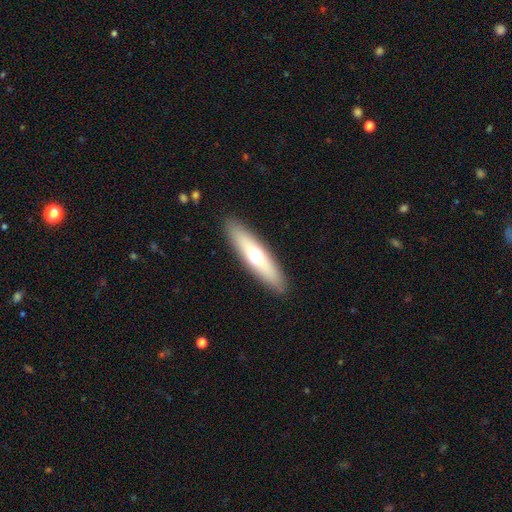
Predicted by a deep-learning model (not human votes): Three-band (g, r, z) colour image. It shows a smooth galaxy with no disk features (55%) that is cigar-shaped (75%). Merging: none (90%).